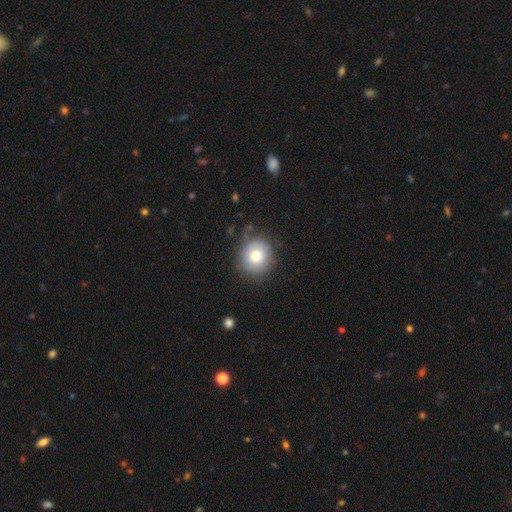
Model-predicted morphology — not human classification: This appears to be a smooth galaxy with no disk features (74%) that is round (88%). Merging: none (83%).